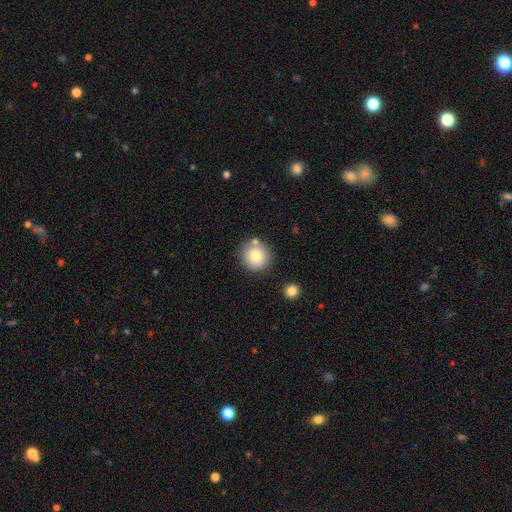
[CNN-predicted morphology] Smooth or featured? smooth (78%)
How rounded? round (94%)
Merging? none (77%)